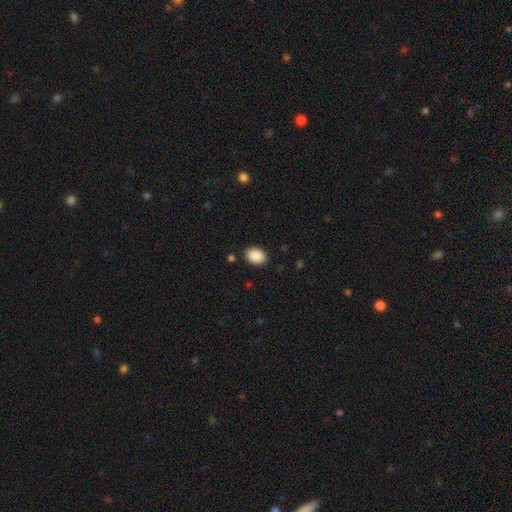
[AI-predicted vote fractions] Q: Smooth or featured?
A: smooth (89%); runner-up: star or artifact (7%)
Q: How rounded?
A: in between (72%); runner-up: round (27%)
Q: Merging?
A: none (89%); runner-up: minor disturbance (8%)